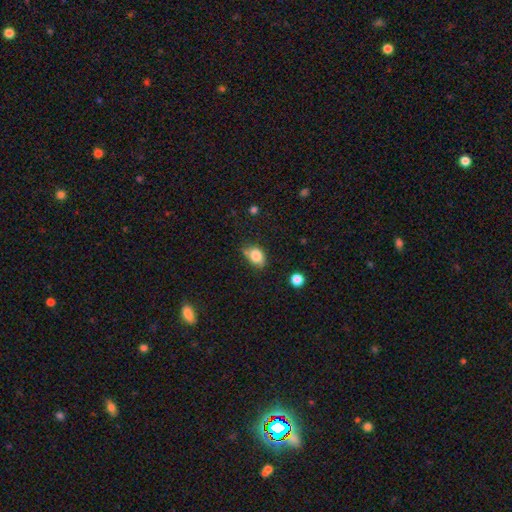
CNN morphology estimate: smooth-or-featured: smooth: 83% | star or artifact: 10% | featured or disk: 8%
  how-rounded: in between: 58% | round: 40% | cigar-shaped: 1%
  merging: none: 55% | minor disturbance: 29% | merger: 9% | major disturbance: 7%